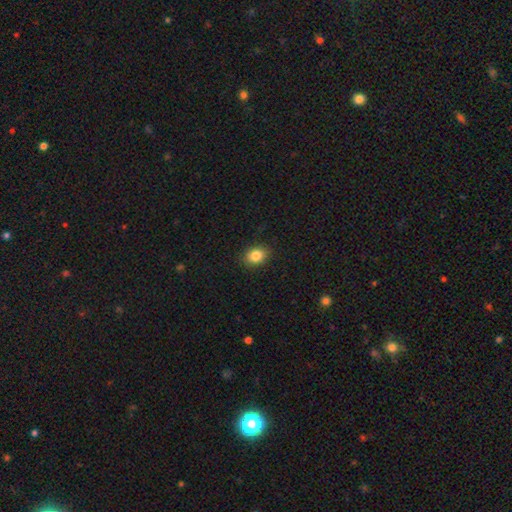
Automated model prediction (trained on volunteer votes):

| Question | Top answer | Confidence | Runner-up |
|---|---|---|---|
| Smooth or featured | smooth | 85% | star or artifact (10%) |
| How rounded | in between | 57% | round (42%) |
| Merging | none | 88% | minor disturbance (9%) |